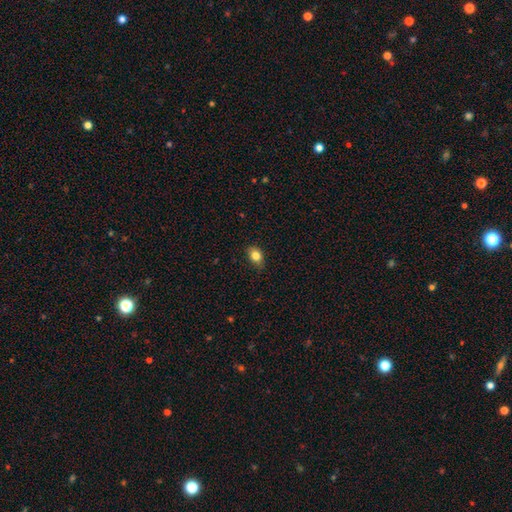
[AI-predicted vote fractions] A smooth galaxy with no disk features (83%) that is in between round and cigar-shaped (74%). Merging: none (77%).